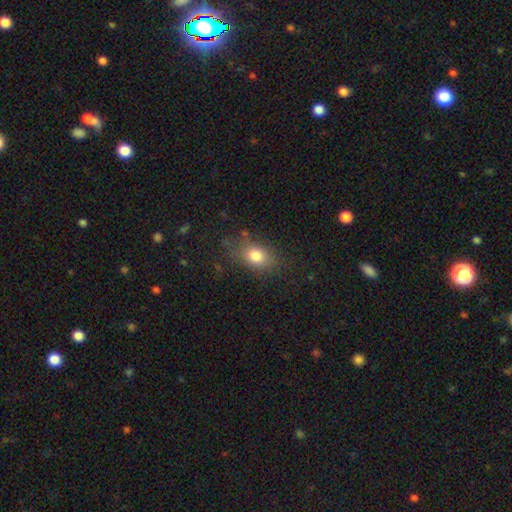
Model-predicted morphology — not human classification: smooth-or-featured: smooth: 79% | star or artifact: 11% | featured or disk: 10%
  how-rounded: in between: 70% | round: 28% | cigar-shaped: 2%
  merging: none: 73% | minor disturbance: 17% | major disturbance: 7% | merger: 2%